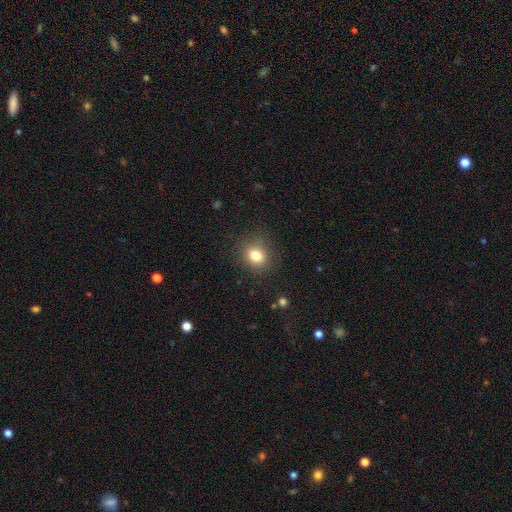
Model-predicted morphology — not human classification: type=smooth (79%); roundness=round (66%); merging=none (84%).